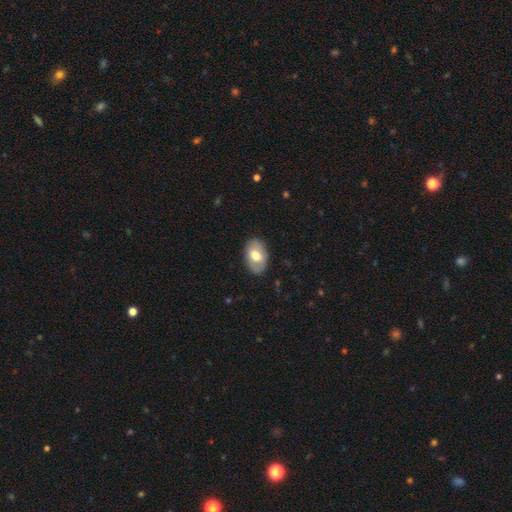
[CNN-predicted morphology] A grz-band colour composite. It shows a smooth galaxy with no disk features (65%) that is in between round and cigar-shaped (89%). Merging: none (83%).